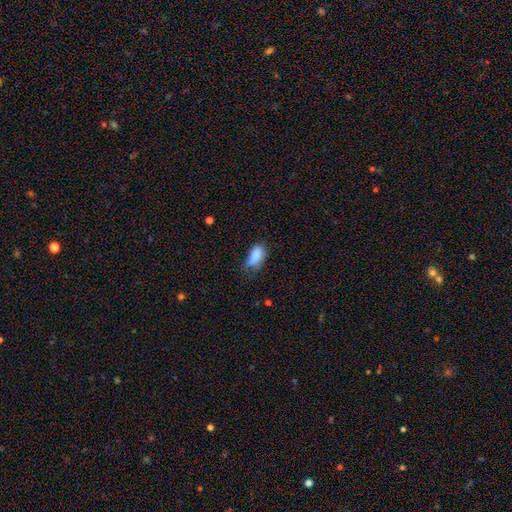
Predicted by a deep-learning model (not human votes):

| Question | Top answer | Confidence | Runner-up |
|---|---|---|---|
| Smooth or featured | smooth | 85% | star or artifact (8%) |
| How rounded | in between | 90% | cigar-shaped (6%) |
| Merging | none | 45% | minor disturbance (38%) |